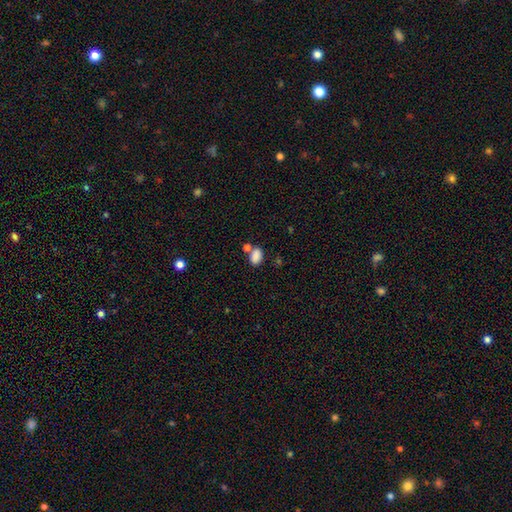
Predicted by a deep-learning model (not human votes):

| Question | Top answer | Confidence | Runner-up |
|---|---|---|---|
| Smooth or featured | smooth | 85% | star or artifact (10%) |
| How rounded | in between | 83% | round (15%) |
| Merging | none | 61% | merger (22%) |